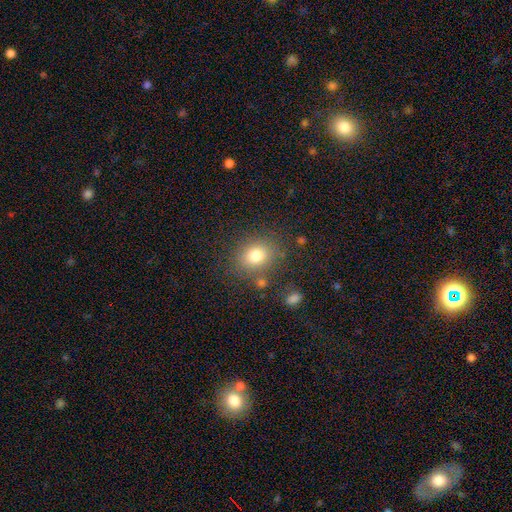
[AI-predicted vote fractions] Smooth or featured? smooth (79%)
How rounded? round (61%)
Merging? none (78%)